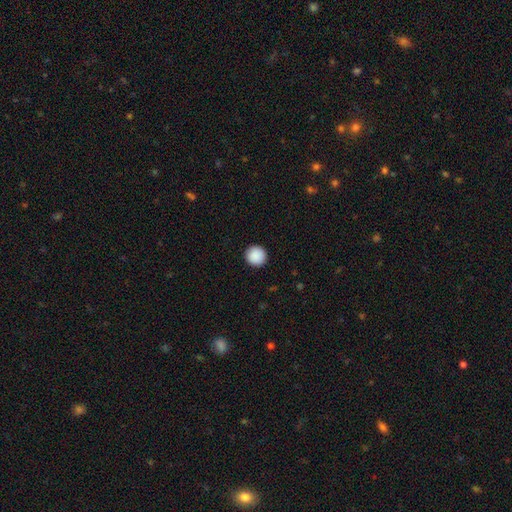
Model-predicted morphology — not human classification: Smooth or featured? smooth (90%)
How rounded? round (96%)
Merging? none (93%)